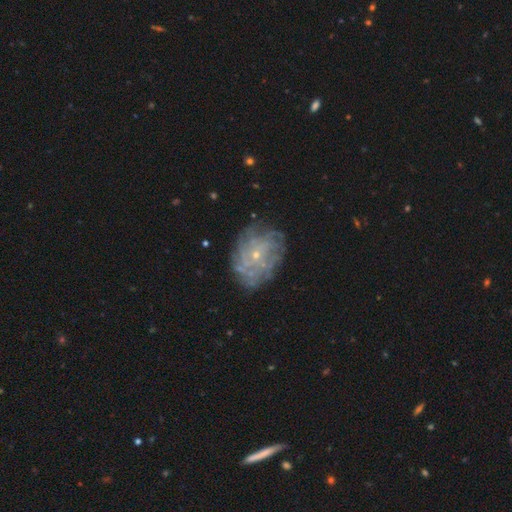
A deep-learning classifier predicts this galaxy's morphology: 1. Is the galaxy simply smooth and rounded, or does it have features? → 77% featured or disk, 14% smooth, 10% star or artifact.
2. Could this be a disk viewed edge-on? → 97% no, 3% yes.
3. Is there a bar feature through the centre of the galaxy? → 79% no, 17% weak, 3% strong.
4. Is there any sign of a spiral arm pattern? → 83% yes, 17% no.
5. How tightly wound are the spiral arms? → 63% tight, 25% medium, 11% loose.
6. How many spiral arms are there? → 45% can't tell, 21% more than 4, 13% 4, 7% 3, 7% 2, 6% 1.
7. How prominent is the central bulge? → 82% small, 14% moderate, 2% none, 1% large, 1% dominant.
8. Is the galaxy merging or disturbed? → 74% none, 16% minor disturbance, 8% major disturbance, 2% merger.